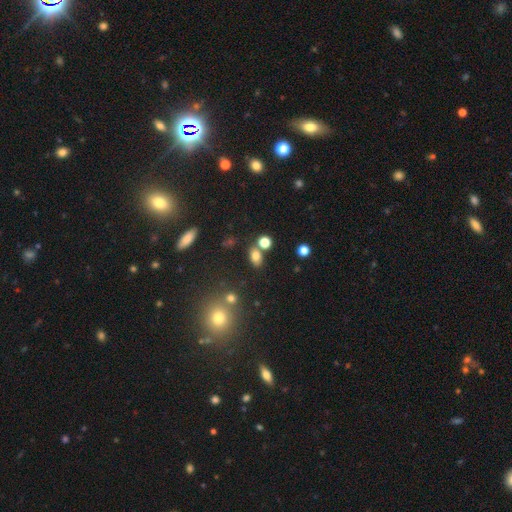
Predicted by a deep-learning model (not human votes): smooth 77%, star or artifact 14%, featured or disk 9%. Down the decision tree: how rounded — in between (79%); merging — none (68%).